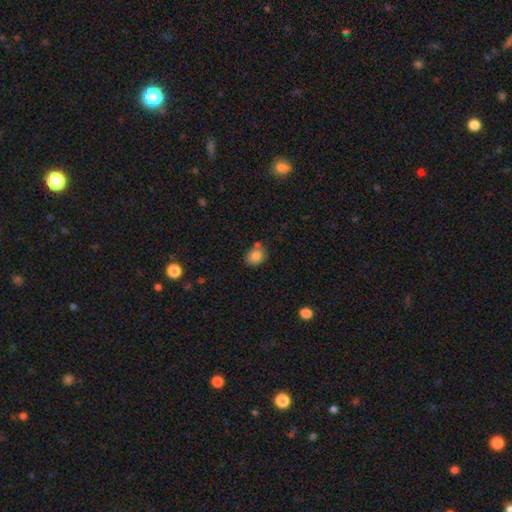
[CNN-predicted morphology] This is clearly a smooth galaxy (81%). How rounded: possibly round (53%). Merging: likely none (67%).